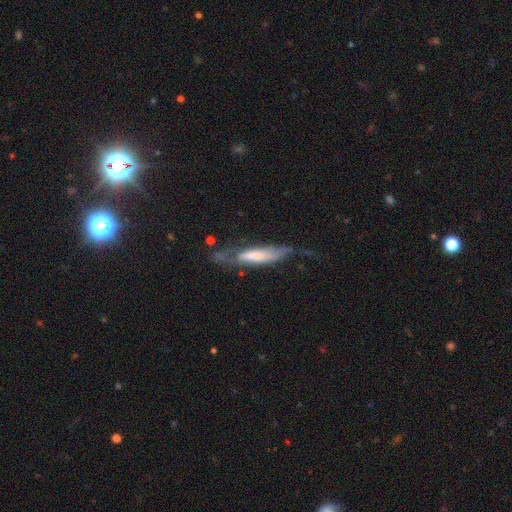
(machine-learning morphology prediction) type=smooth (47%, tied with featured or disk); merging=none (35%).